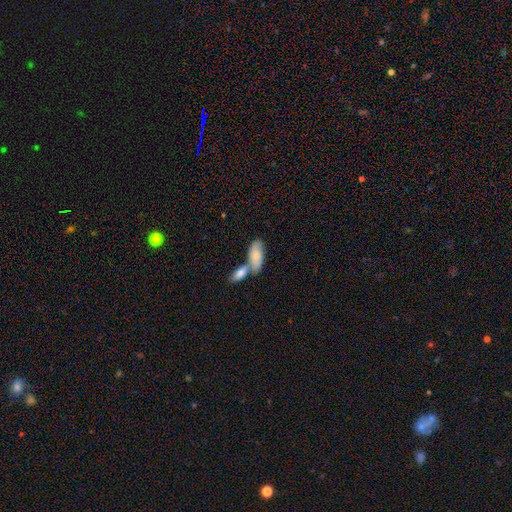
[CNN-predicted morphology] smooth 73%, featured or disk 21%, star or artifact 6%. Down the decision tree: how rounded — in between (86%); merging — merger (57%).